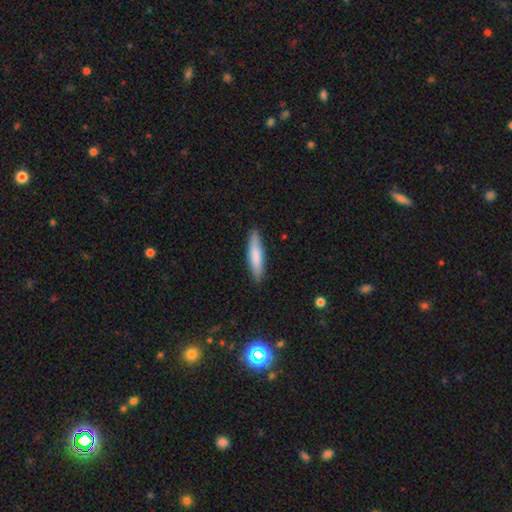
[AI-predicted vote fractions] This is likely a smooth galaxy (80%). How rounded: clearly cigar-shaped (80%). Merging: clearly none (88%).